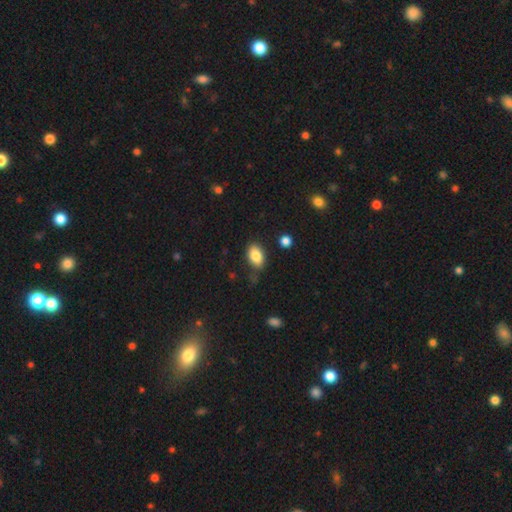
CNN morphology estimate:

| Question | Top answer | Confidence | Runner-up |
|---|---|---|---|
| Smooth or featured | smooth | 85% | star or artifact (8%) |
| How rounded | in between | 88% | round (10%) |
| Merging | none | 76% | minor disturbance (17%) |